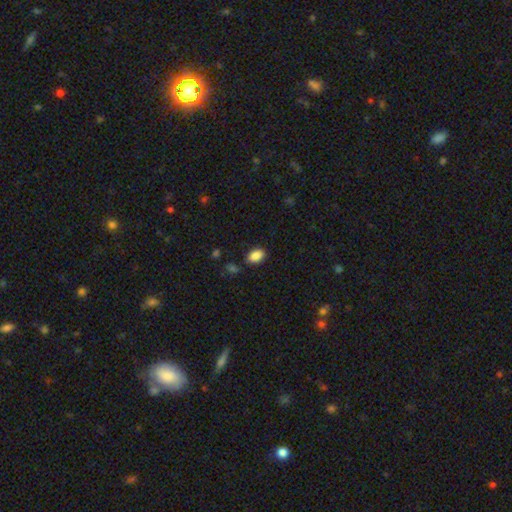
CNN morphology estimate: type=smooth (88%); roundness=in between (87%); merging=none (84%).